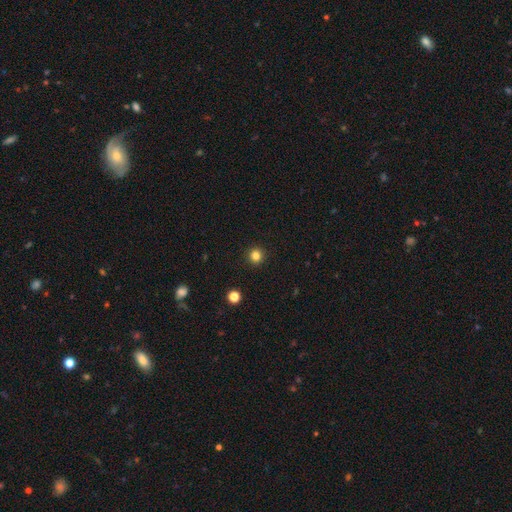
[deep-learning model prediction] smooth_or_featured: smooth (p=0.83) [alt: star or artifact p=0.13]
how_rounded: round (p=0.94) [alt: in between p=0.05]
merging: none (p=0.93) [alt: minor disturbance p=0.05]